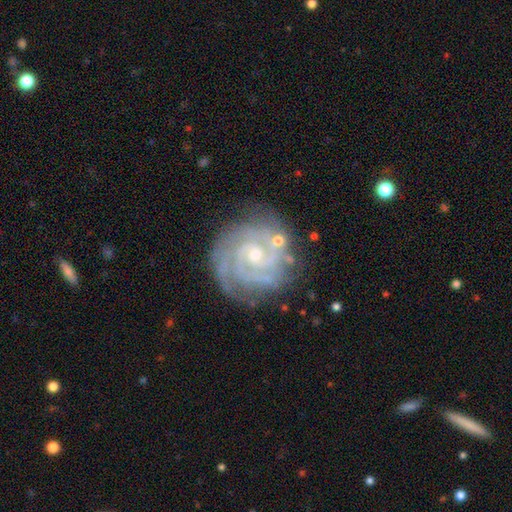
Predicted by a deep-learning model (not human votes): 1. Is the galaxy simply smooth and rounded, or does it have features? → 90% featured or disk, 5% star or artifact, 5% smooth.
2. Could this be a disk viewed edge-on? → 98% no, 2% yes.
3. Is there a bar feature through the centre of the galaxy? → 66% no, 27% weak, 7% strong.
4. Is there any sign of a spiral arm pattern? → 98% yes, 2% no.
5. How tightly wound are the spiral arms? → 77% tight, 21% medium, 2% loose.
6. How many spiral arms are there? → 35% 3, 27% 2, 14% 4, 14% can't tell, 5% more than 4, 5% 1.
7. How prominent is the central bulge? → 63% small, 33% moderate, 2% none, 1% large, 1% dominant.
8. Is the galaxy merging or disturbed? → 76% none, 16% minor disturbance, 5% major disturbance, 3% merger.